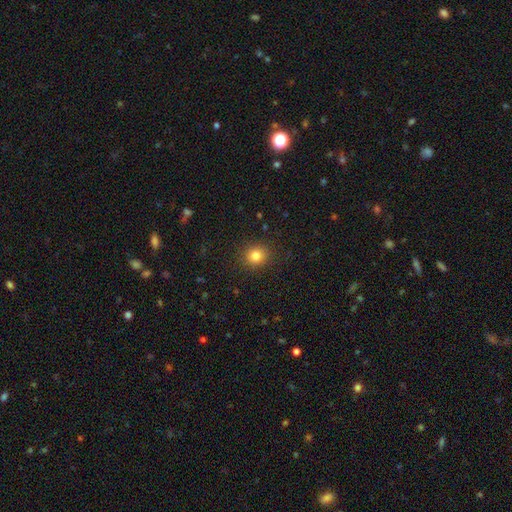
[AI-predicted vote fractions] This is clearly a smooth galaxy (82%). How rounded: clearly round (84%). Merging: clearly none (90%).